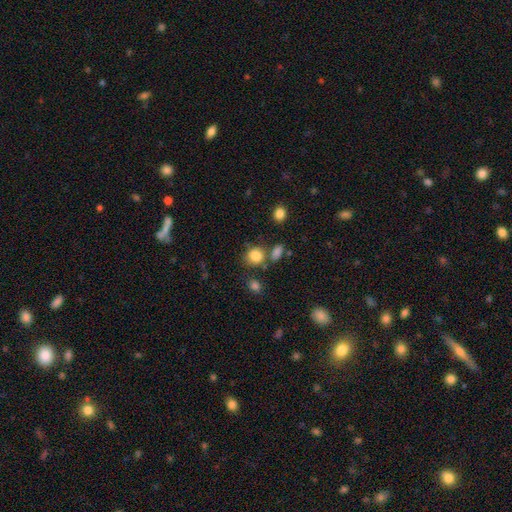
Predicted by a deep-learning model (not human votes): Smooth or featured?
  - smooth: 84% *
  - star or artifact: 11%
  - featured or disk: 6%
How rounded?
  - round: 78% *
  - in between: 20%
  - cigar-shaped: 1%
Merging?
  - none: 68% *
  - merger: 16%
  - minor disturbance: 12%
  - major disturbance: 5%